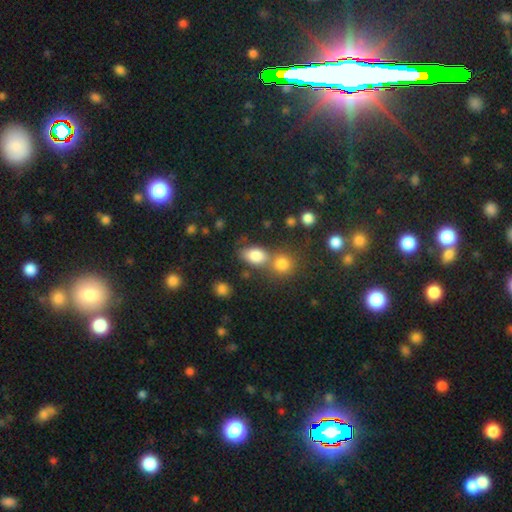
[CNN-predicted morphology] Smooth or featured: smooth — 81% (star or artifact — 11%)
How rounded: in between — 80% (round — 18%)
Merging: none — 49% (merger — 35%)